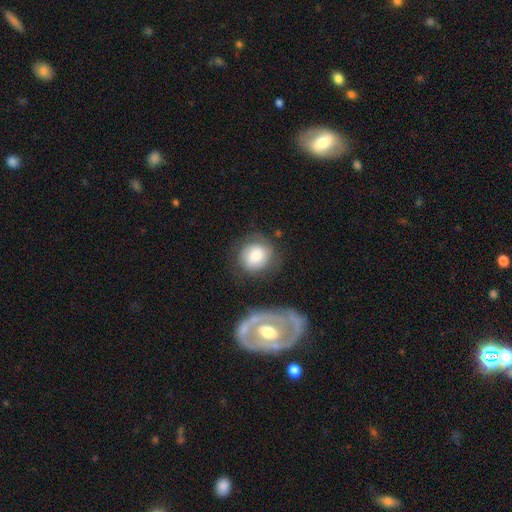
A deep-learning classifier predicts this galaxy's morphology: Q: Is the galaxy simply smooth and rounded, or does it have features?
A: smooth — 68%.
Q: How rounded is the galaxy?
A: round — 81%.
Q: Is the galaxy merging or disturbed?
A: none — 64%.